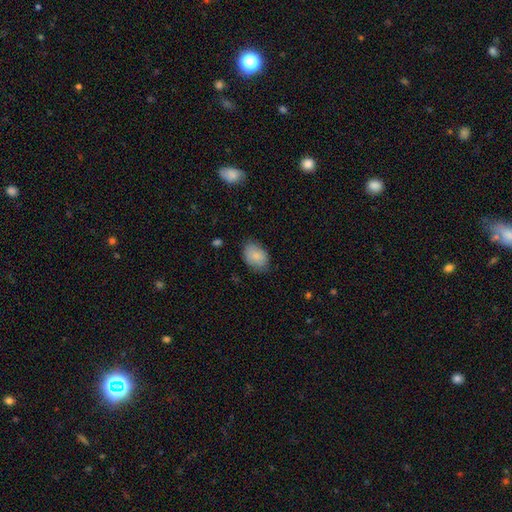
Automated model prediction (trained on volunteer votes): Overall: smooth (86%). How rounded: in between (83%). Merging: none (76%).